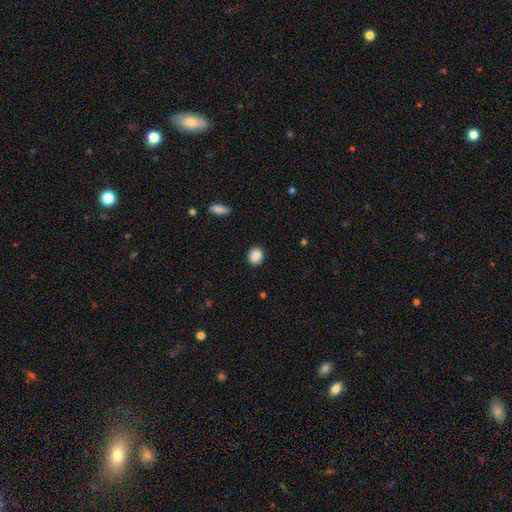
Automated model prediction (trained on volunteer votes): smooth_or_featured: smooth (p=0.88) [alt: star or artifact p=0.08]
how_rounded: round (p=0.67) [alt: in between p=0.32]
merging: none (p=0.88) [alt: minor disturbance p=0.08]